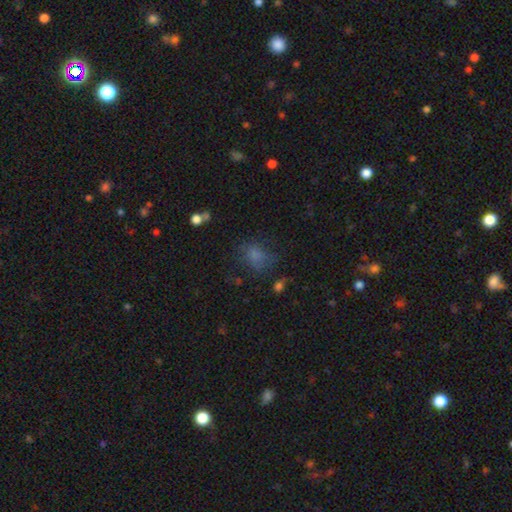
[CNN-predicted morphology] Smooth or featured? Predicted: smooth (p=0.67). How rounded? Predicted: in between (p=0.56). Merging? Predicted: none (p=0.51).